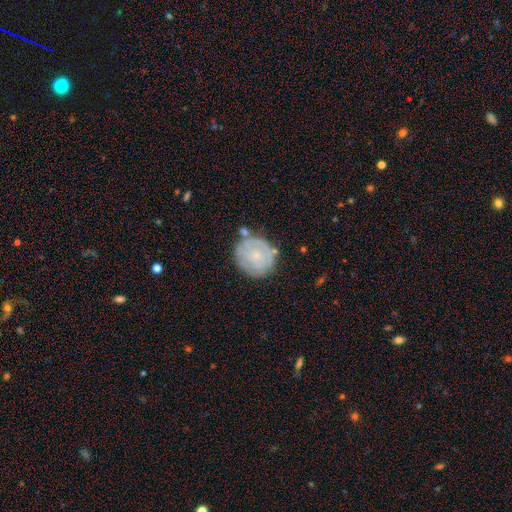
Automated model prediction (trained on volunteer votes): This appears to be a featured or disk galaxy (53%) with no bar (82%), spiral arms (66%) and a small central bulge (75%). Merging: none (71%).